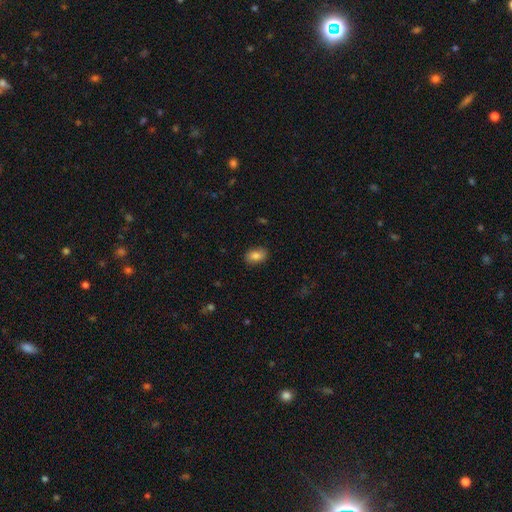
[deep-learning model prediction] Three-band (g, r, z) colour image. It shows a smooth galaxy with no disk features (84%) that is in between round and cigar-shaped (87%). Merging: none (86%).